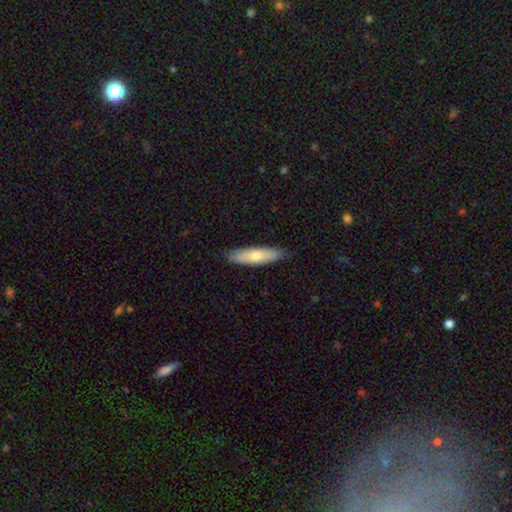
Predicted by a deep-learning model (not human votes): Overall: smooth (69%). How rounded: cigar-shaped (68%; in between 30%). Merging: none (87%).